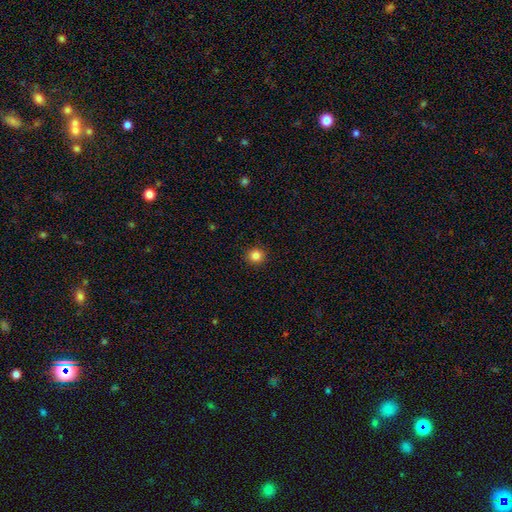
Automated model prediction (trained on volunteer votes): A smooth galaxy with no disk features (85%) that is round (92%). Merging: none (92%).